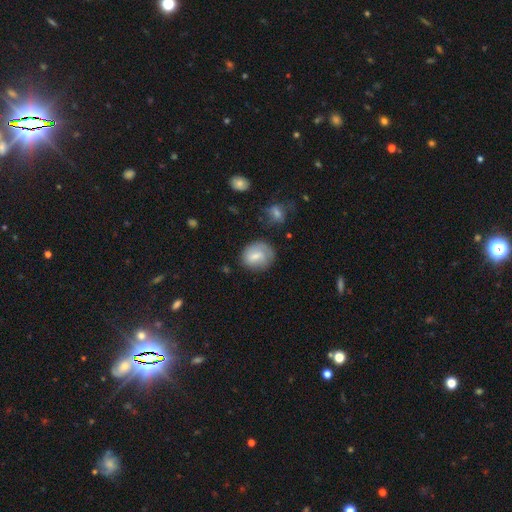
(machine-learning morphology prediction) type=smooth (68%); roundness=round (58%); merging=none (66%).